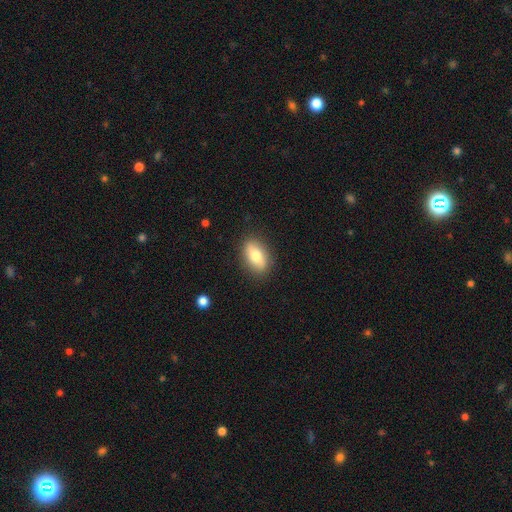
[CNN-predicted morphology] This is likely a smooth galaxy (75%). How rounded: clearly in between (87%). Merging: clearly none (87%).